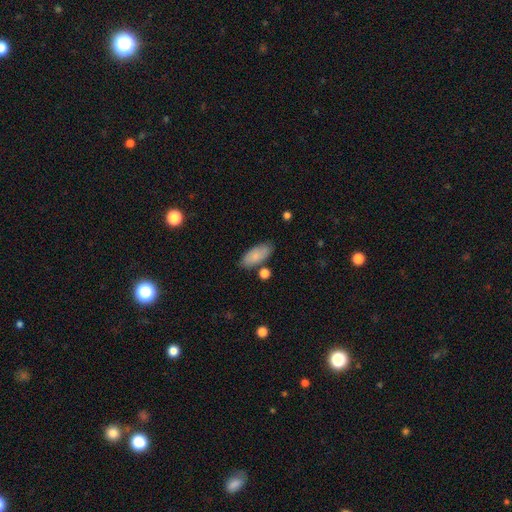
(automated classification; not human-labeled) This is clearly a smooth galaxy (83%). How rounded: clearly in between (86%). Merging: likely none (77%).